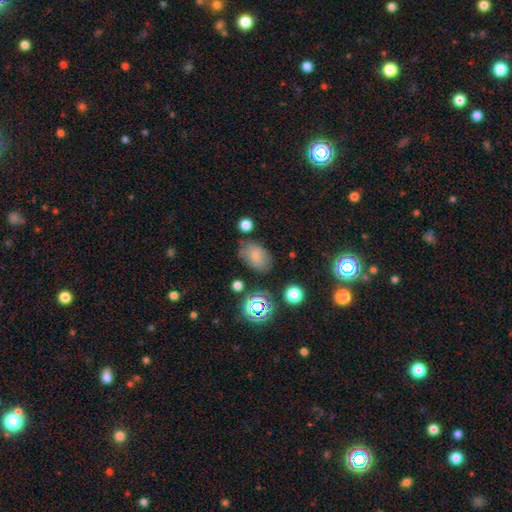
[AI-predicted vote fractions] smooth-or-featured: smooth: 73% | star or artifact: 14% | featured or disk: 13%
  how-rounded: in between: 84% | round: 14% | cigar-shaped: 1%
  merging: none: 69% | minor disturbance: 20% | major disturbance: 6% | merger: 5%